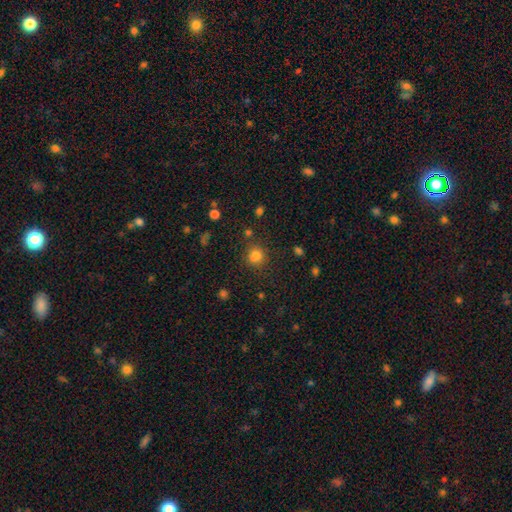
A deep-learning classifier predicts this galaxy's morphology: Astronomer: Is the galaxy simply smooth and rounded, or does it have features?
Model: smooth — 80%.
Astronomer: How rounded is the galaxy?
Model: round — 83%.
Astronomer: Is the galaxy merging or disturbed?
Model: none — 77%.